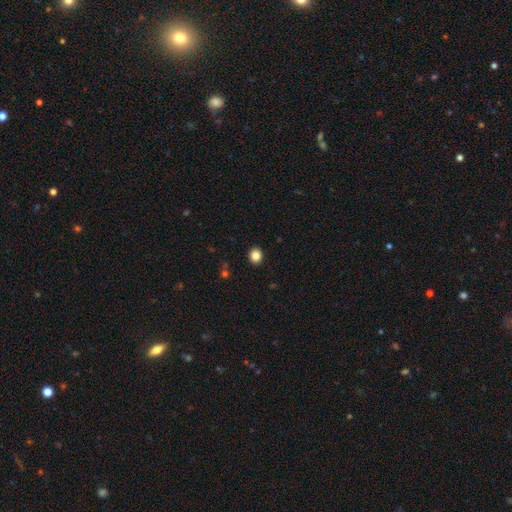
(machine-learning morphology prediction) A smooth galaxy with no disk features (85%) that is round (74%).

Vote fractions:
- Smooth or featured? smooth: 85% / star or artifact: 10% / featured or disk: 5%
- How rounded? round: 74% / in between: 25% / cigar-shaped: 1%
- Merging? none: 92% / minor disturbance: 5% / major disturbance: 2% / merger: 1%